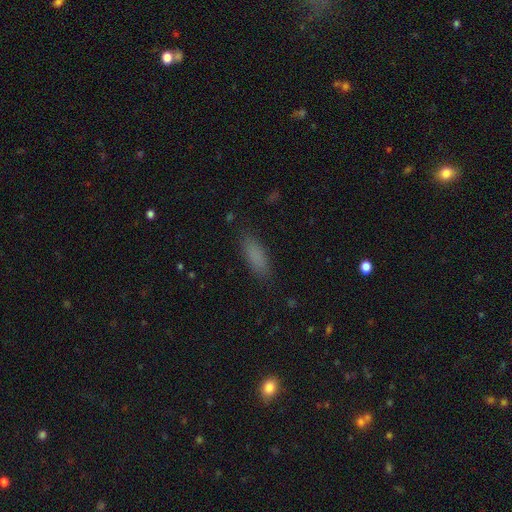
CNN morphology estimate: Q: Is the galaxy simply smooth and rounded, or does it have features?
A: smooth — 84%.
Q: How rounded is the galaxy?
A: in between — 55%.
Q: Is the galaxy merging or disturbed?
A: none — 85%.